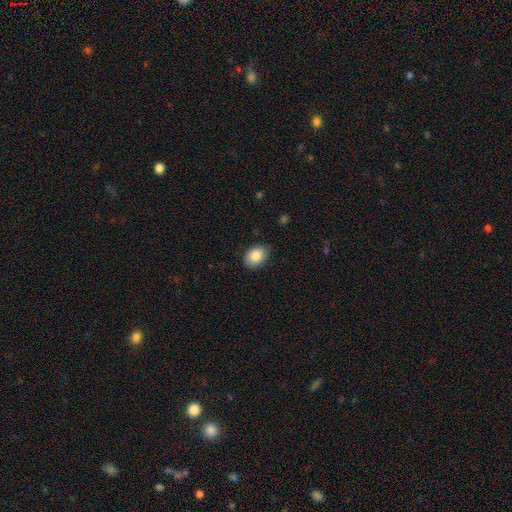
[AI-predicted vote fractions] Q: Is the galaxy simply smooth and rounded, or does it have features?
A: smooth — 85%.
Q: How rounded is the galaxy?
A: in between — 72%.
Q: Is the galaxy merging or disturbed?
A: none — 84%.